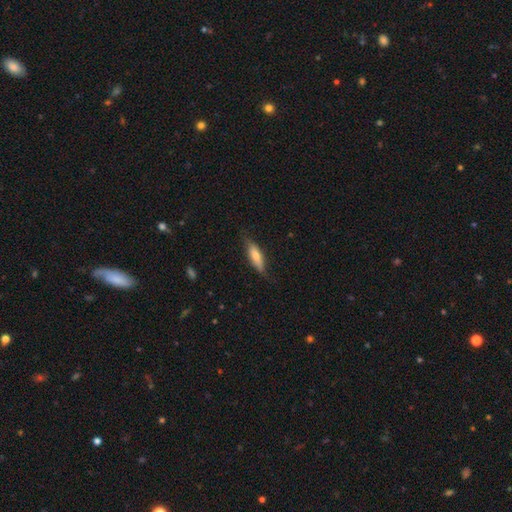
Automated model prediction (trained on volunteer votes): Morphology: type=smooth (62%); roundness=cigar-shaped (61%); merging=none (76%).